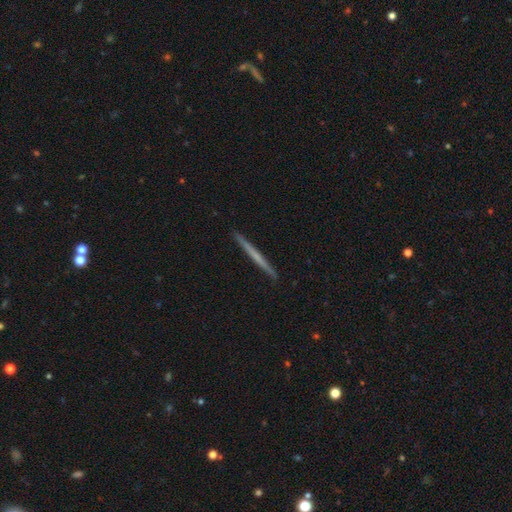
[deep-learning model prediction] The model was most divided on "smooth or featured": featured or disk: 50%, smooth: 44%, star or artifact: 6%. More confident: edge-on disk — yes (98%); merging — none (93%).